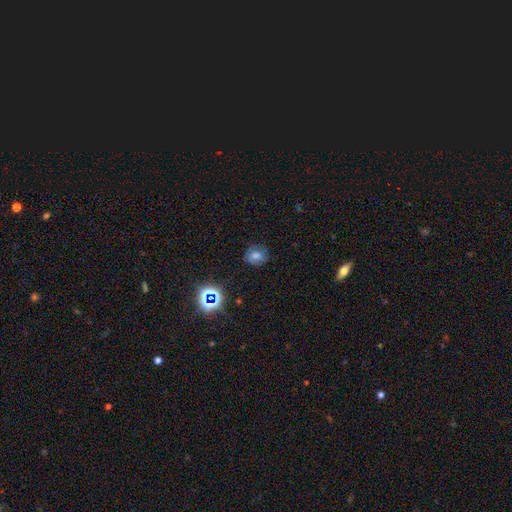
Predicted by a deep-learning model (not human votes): Morphology: type=smooth (65%); roundness=round (78%); merging=none (80%).